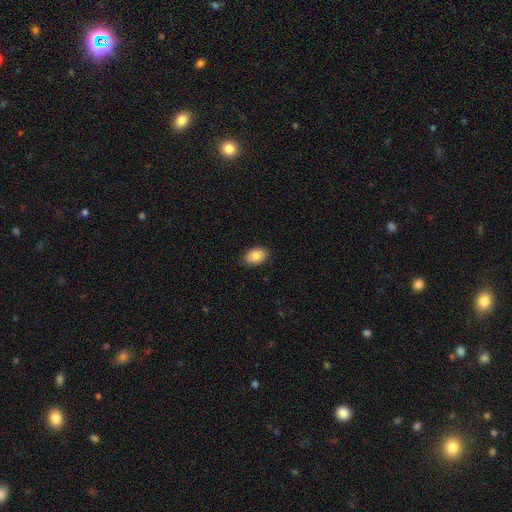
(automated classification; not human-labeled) Morphology: type=smooth (86%); roundness=in between (88%); merging=none (88%).